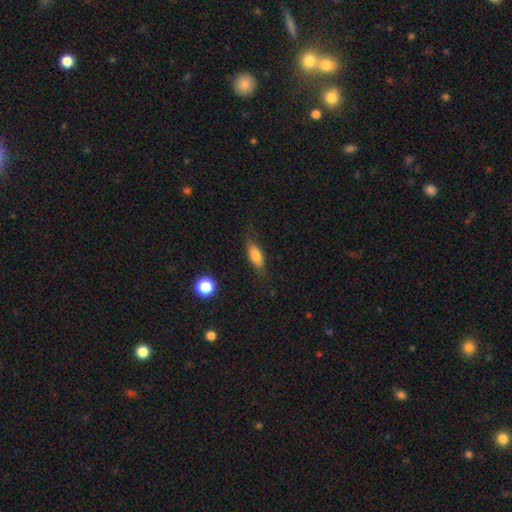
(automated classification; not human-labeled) Smooth or featured: smooth — 75% (featured or disk — 17%)
How rounded: in between — 70% (cigar-shaped — 25%)
Merging: none — 76% (minor disturbance — 18%)